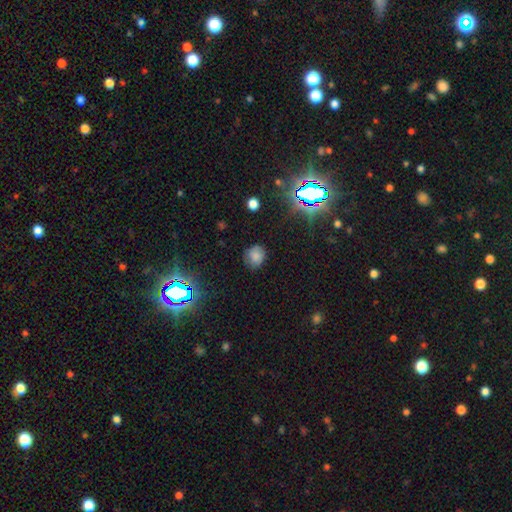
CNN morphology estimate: This appears to be a smooth galaxy with no disk features (75%) that is round (74%). Merging: none (72%).